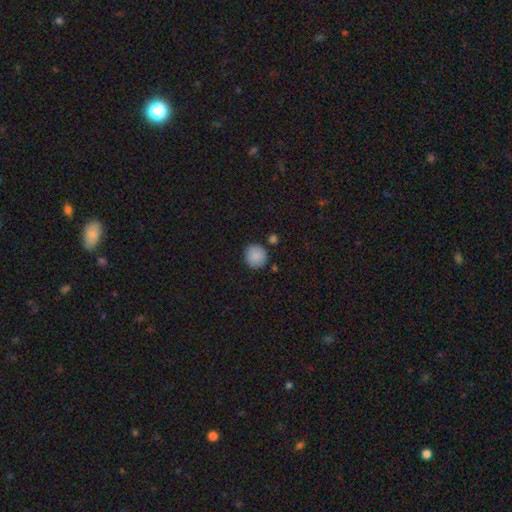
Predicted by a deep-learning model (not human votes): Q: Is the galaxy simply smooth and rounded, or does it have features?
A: smooth — 88%.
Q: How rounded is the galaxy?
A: round — 91%.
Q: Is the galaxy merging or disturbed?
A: none — 84%.